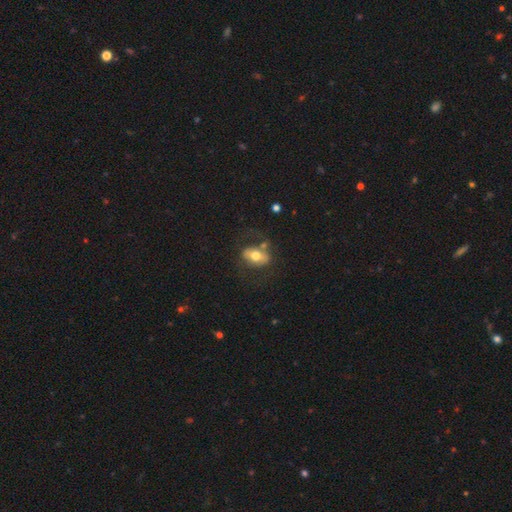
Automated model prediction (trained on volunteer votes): smooth-or-featured: smooth: 49% | featured or disk: 44% | star or artifact: 7%
  merging: none: 58% | minor disturbance: 18% | major disturbance: 17% | merger: 7%